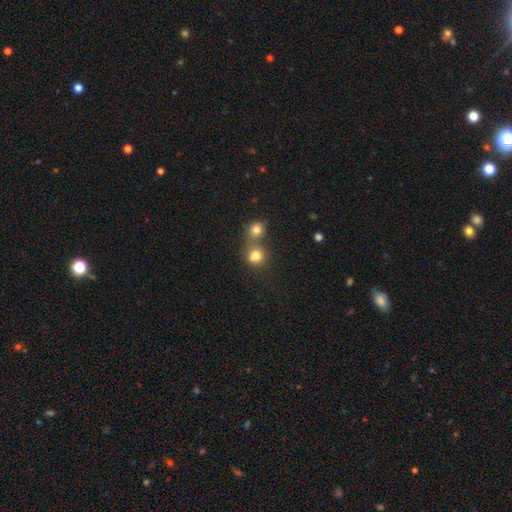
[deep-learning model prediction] A smooth galaxy with no disk features (79%) that is round (81%). Merging: merger (50%).